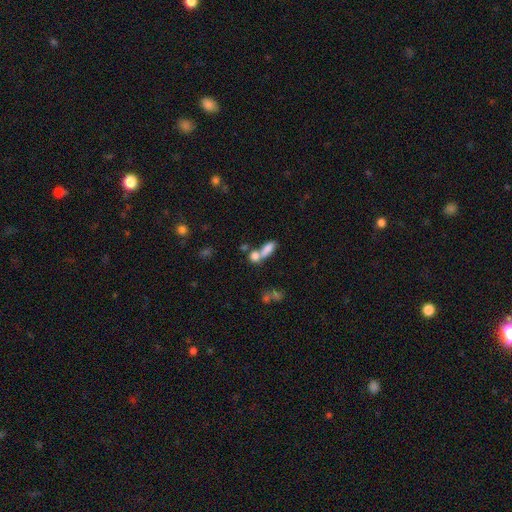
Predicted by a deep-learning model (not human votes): smooth 76%, featured or disk 13%, star or artifact 11%. Down the decision tree: how rounded — in between (64%); merging — merger (58%).